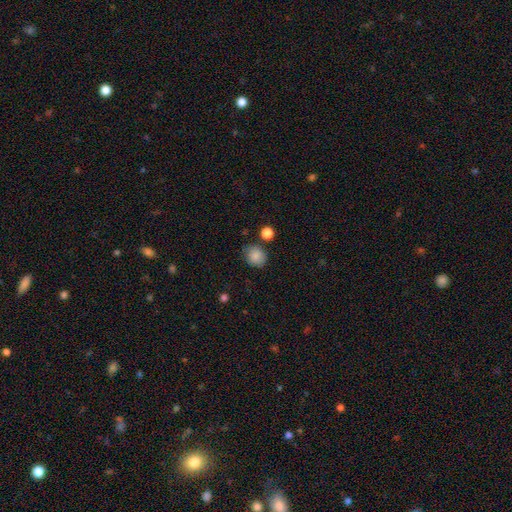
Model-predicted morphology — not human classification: Overall: smooth (86%). How rounded: round (73%). Merging: none (76%).